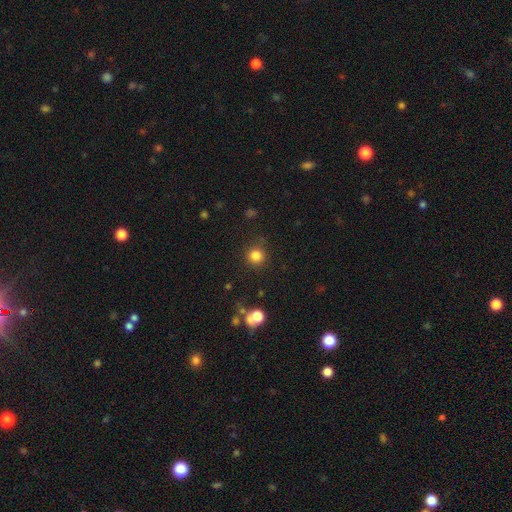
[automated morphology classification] smooth_or_featured: smooth (p=0.82) [alt: star or artifact p=0.13]
how_rounded: round (p=0.93) [alt: in between p=0.06]
merging: none (p=0.86) [alt: minor disturbance p=0.09]